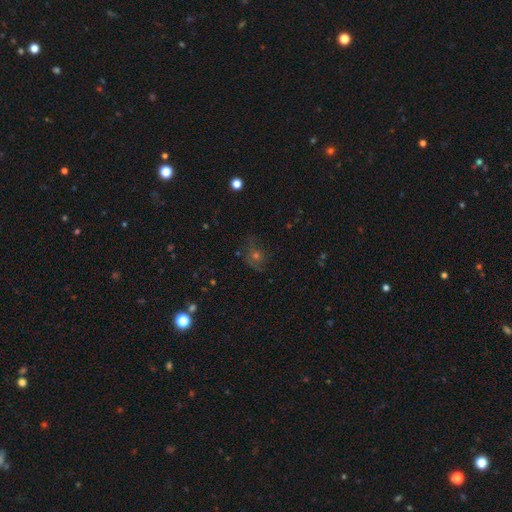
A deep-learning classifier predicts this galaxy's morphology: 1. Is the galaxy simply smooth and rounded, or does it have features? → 36% smooth, 35% star or artifact, 29% featured or disk.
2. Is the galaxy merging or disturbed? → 64% none, 19% minor disturbance, 15% major disturbance, 2% merger.